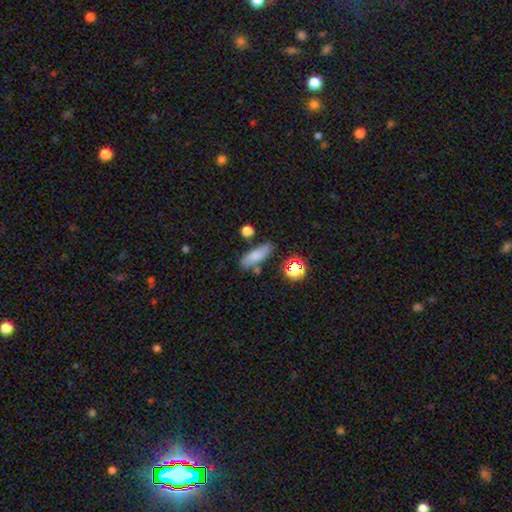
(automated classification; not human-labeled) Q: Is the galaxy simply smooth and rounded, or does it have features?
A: smooth — 76%.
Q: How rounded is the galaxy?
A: in between — 62%.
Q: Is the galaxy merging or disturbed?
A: none — 69%.